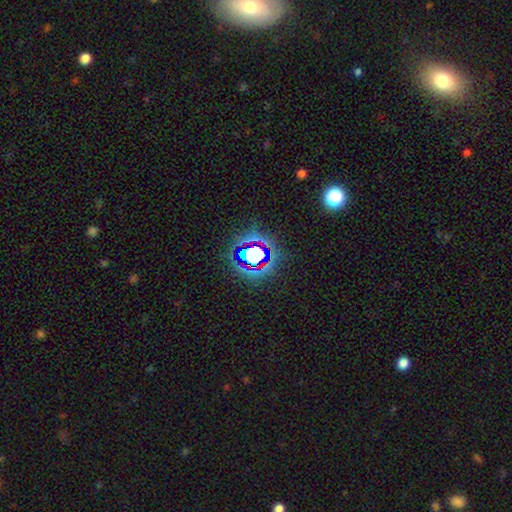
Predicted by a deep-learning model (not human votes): star or artifact 68%, smooth 20%, featured or disk 11%.